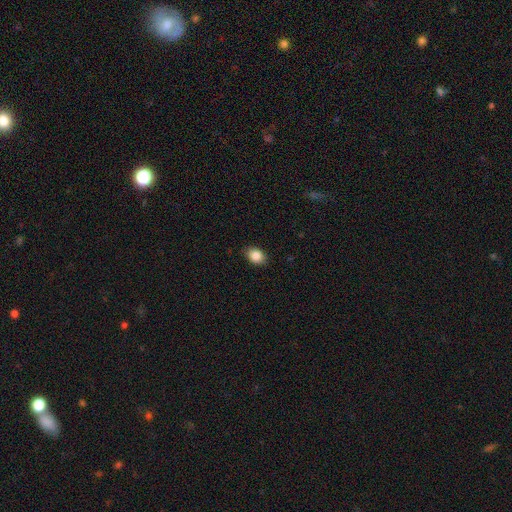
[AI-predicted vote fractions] This is clearly a smooth galaxy (86%). How rounded: likely in between (72%). Merging: clearly none (86%).